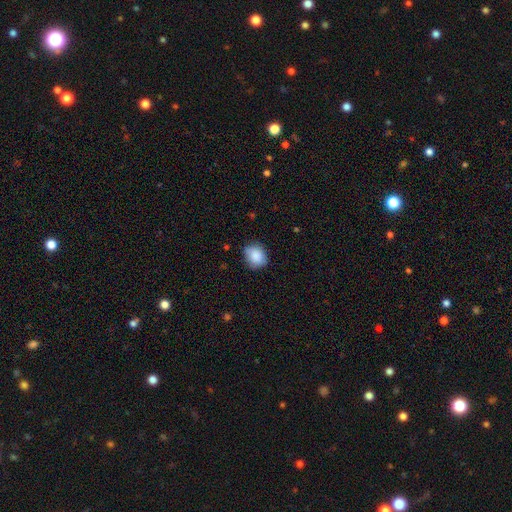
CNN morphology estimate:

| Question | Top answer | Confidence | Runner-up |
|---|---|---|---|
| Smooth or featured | smooth | 86% | star or artifact (7%) |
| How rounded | round | 50% | in between (49%) |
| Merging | none | 75% | minor disturbance (20%) |